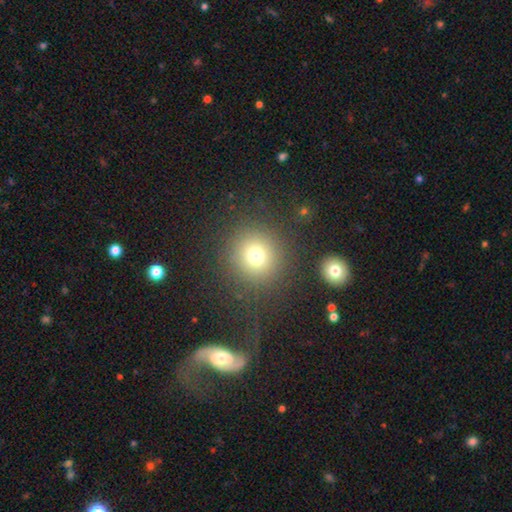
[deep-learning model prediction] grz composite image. It shows a smooth galaxy with no disk features (73%) that is round (93%). Merging: none (86%).